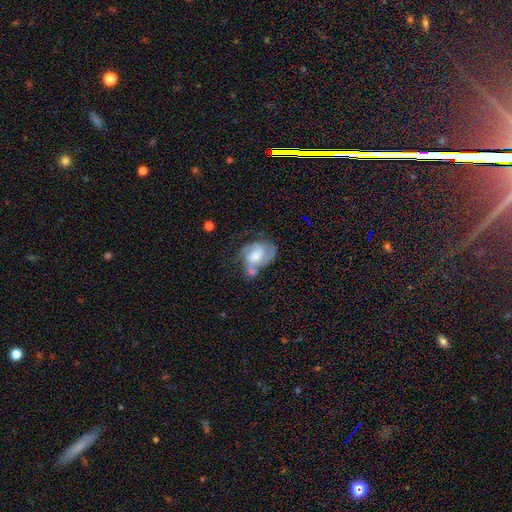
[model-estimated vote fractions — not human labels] Smooth or featured: featured or disk — 73% (smooth — 20%)
Edge-on disk: no — 97% (yes — 3%)
Bar: no — 53% (weak — 39%)
Spiral arms: yes — 89% (no — 11%)
Spiral winding: medium — 49% (tight — 31%)
Spiral arm count: 2 — 41% (3 — 29%)
Bulge size: moderate — 57% (small — 24%)
Merging: none — 35% (minor disturbance — 24%)